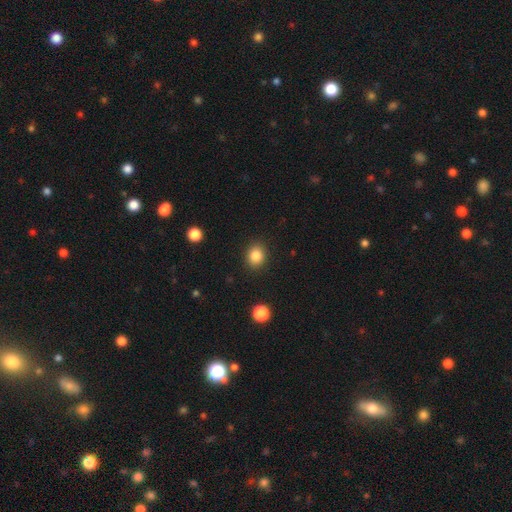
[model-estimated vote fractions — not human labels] Smooth or featured?
  - smooth: 85% *
  - star or artifact: 10%
  - featured or disk: 5%
How rounded?
  - round: 69% *
  - in between: 30%
  - cigar-shaped: 1%
Merging?
  - none: 89% *
  - minor disturbance: 7%
  - major disturbance: 2%
  - merger: 1%